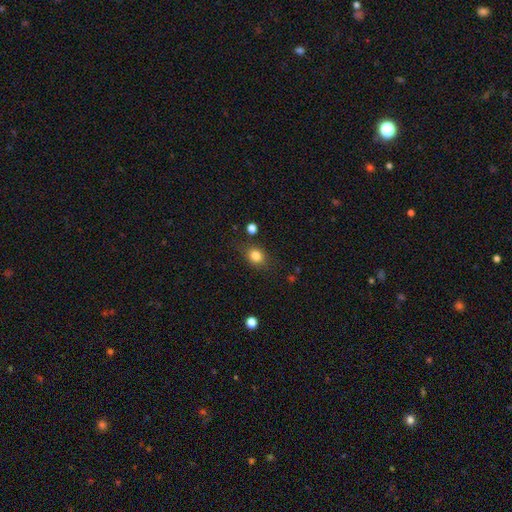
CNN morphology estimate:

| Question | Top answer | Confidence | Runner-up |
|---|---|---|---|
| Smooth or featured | smooth | 82% | star or artifact (11%) |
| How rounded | round | 62% | in between (37%) |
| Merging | none | 77% | minor disturbance (15%) |